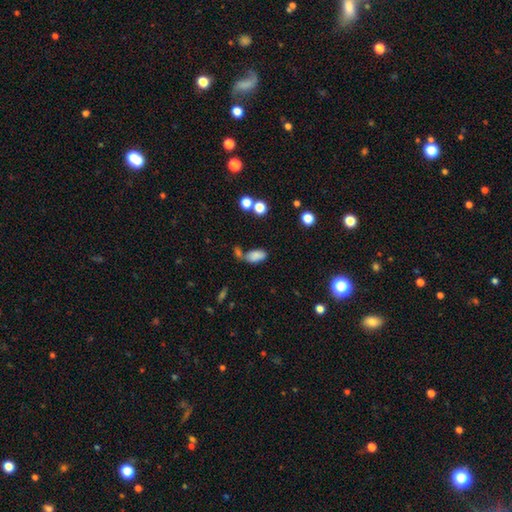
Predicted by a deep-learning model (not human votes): Smooth or featured? Predicted: smooth (p=0.82). How rounded? Predicted: in between (p=0.91). Merging? Predicted: none (p=0.48).